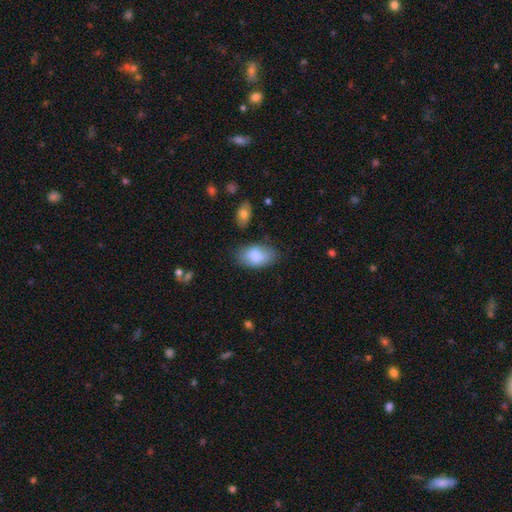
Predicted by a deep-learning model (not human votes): The model was most divided on "merging": none: 71%, minor disturbance: 21%, major disturbance: 5%, merger: 3%. More confident: how rounded — in between (93%); smooth or featured — smooth (83%).